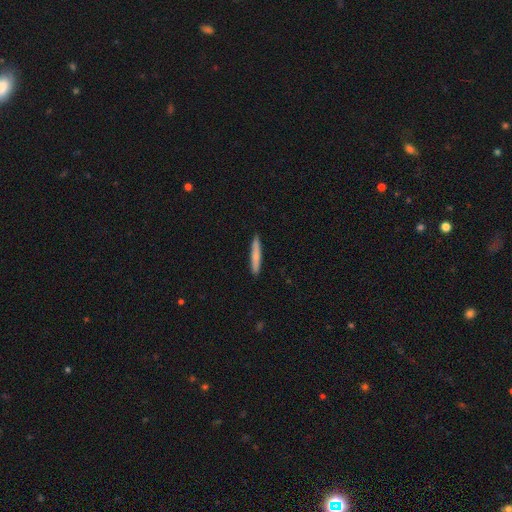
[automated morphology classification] Smooth or featured? Predicted: smooth (p=0.74). How rounded? Predicted: cigar-shaped (p=0.95). Merging? Predicted: none (p=0.91).